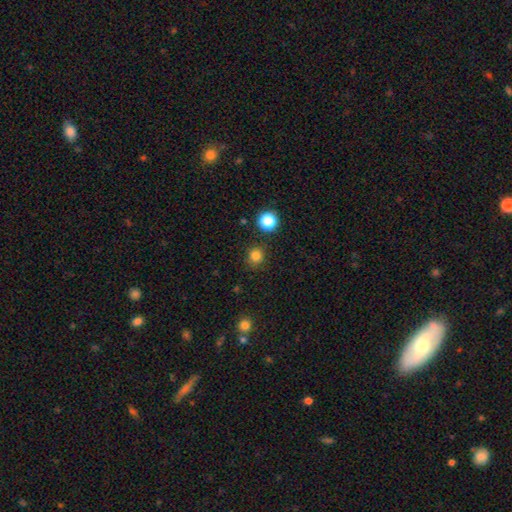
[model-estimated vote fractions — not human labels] The model was most divided on "smooth or featured": smooth: 81%, star or artifact: 15%, featured or disk: 4%. More confident: how rounded — round (90%); merging — none (88%).